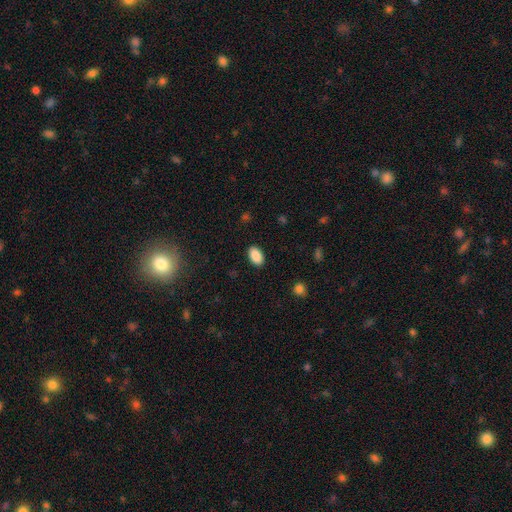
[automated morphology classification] A smooth galaxy with no disk features (89%) that is in between round and cigar-shaped (93%). Merging: none (89%).